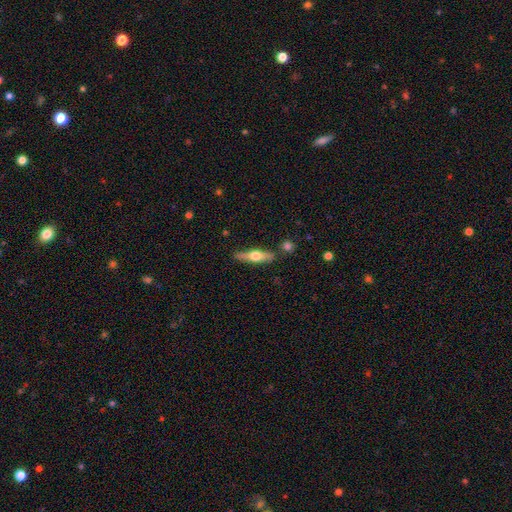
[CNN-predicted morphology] A featured or disk galaxy (51%) viewed edge-on (91%). Merging: none (80%).